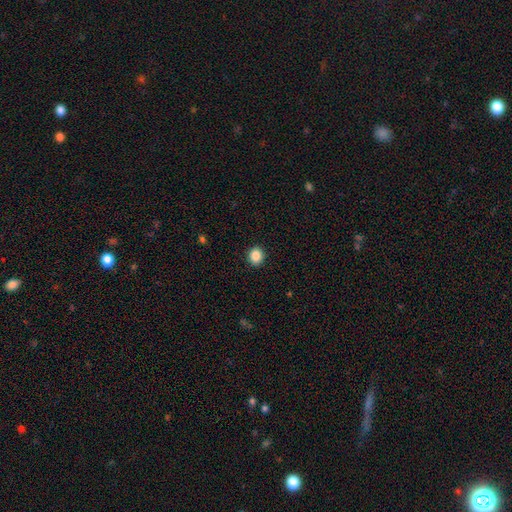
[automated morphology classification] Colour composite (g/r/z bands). It shows a smooth galaxy with no disk features (87%) that is round (74%). Merging: none (92%).